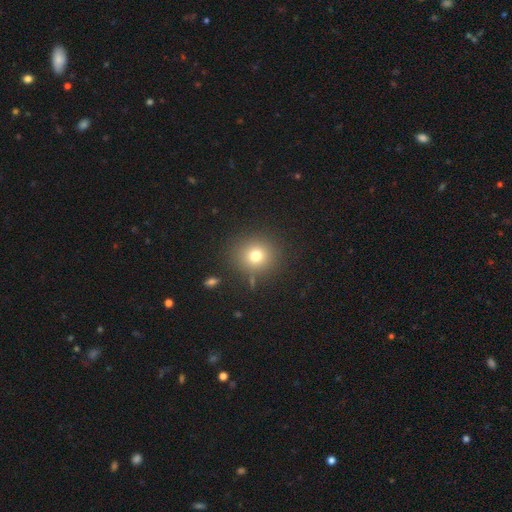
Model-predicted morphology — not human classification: smooth_or_featured: smooth (p=0.75) [alt: star or artifact p=0.15]
how_rounded: round (p=0.91) [alt: in between p=0.08]
merging: none (p=0.86) [alt: minor disturbance p=0.08]